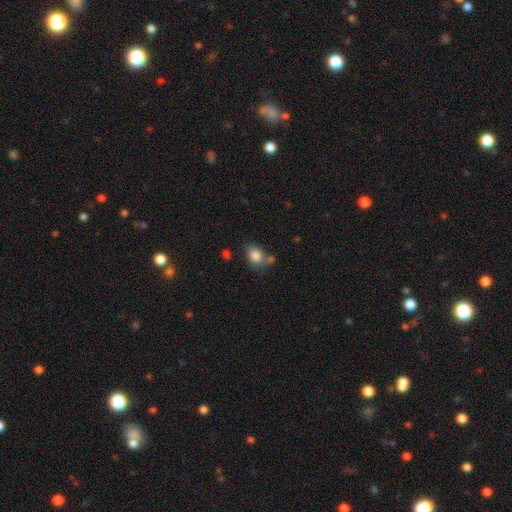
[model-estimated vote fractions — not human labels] Q: Smooth or featured?
A: smooth (84%); runner-up: star or artifact (9%)
Q: How rounded?
A: in between (62%); runner-up: round (37%)
Q: Merging?
A: none (56%); runner-up: minor disturbance (19%)